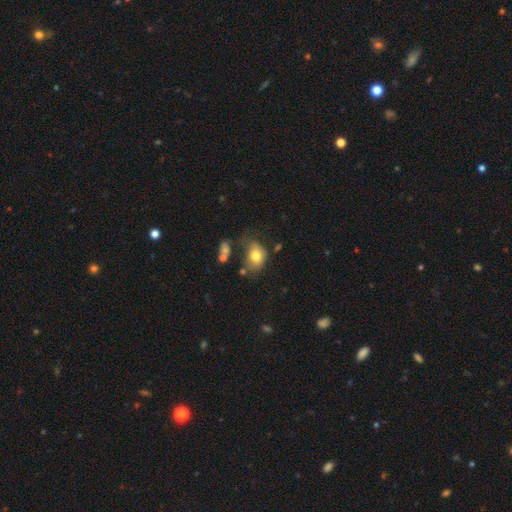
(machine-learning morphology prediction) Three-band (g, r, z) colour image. It shows a smooth galaxy with no disk features (75%) that is in between round and cigar-shaped (63%). Merging: none (42%).